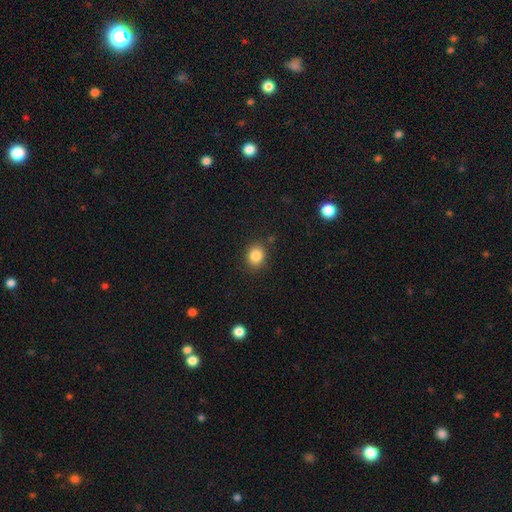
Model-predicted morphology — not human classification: This appears to be a smooth galaxy with no disk features (85%) that is round (64%). Merging: none (86%).